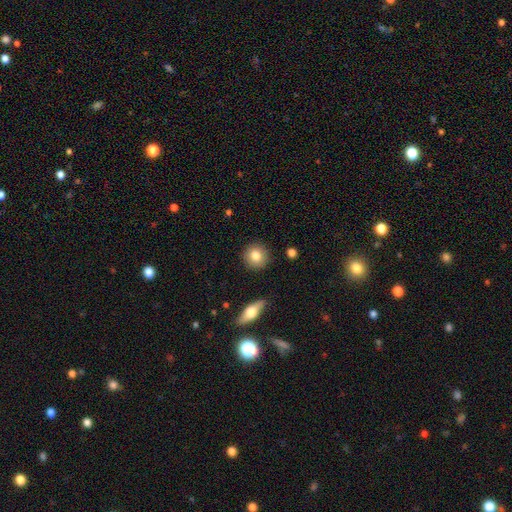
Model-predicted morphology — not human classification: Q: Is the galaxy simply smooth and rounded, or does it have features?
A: smooth — 81%.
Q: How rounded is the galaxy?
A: round — 92%.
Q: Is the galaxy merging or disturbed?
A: none — 90%.